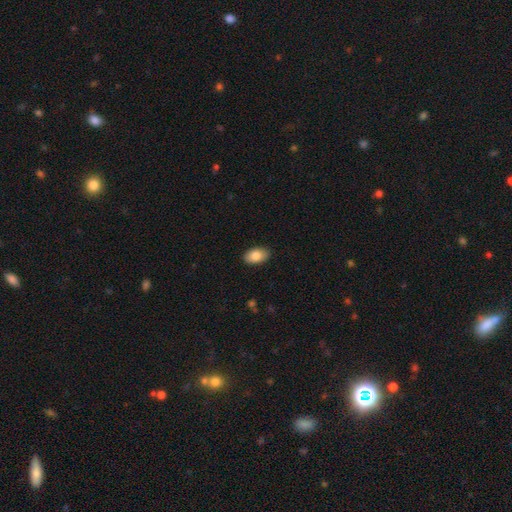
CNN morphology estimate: Smooth or featured?
  - smooth: 85% *
  - featured or disk: 9%
  - star or artifact: 7%
How rounded?
  - in between: 93% *
  - round: 6%
  - cigar-shaped: 1%
Merging?
  - none: 89% *
  - minor disturbance: 8%
  - major disturbance: 2%
  - merger: 1%